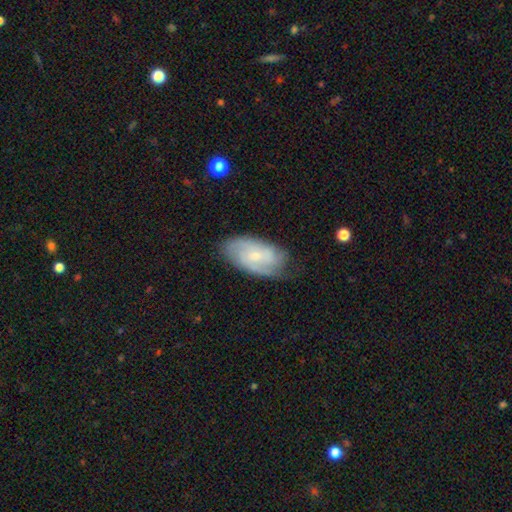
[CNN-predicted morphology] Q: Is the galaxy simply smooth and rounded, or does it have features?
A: featured or disk — 72%.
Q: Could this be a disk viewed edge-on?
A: no — 95%.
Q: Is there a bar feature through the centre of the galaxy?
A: no — 53%.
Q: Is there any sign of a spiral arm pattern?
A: yes — 93%.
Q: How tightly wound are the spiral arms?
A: tight — 49%.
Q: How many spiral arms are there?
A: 2 — 39%.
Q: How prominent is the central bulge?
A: small — 71%.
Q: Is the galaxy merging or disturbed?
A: none — 72%.